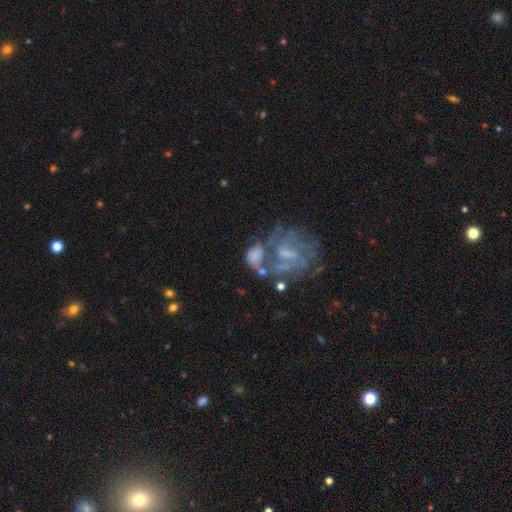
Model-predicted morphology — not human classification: Q: Smooth or featured?
A: featured or disk (50%); runner-up: smooth (36%)
Q: Edge-on disk?
A: no (97%); runner-up: yes (3%)
Q: Merging?
A: merger (40%); runner-up: major disturbance (24%)